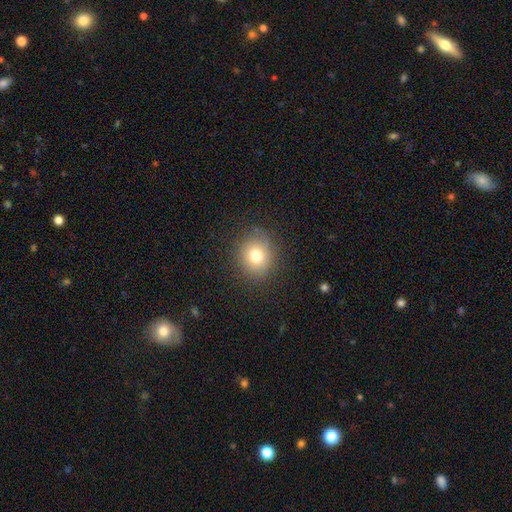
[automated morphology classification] The model was most divided on "how rounded": round: 81%, in between: 18%, cigar-shaped: 1%. More confident: merging — none (85%); smooth or featured — smooth (76%).